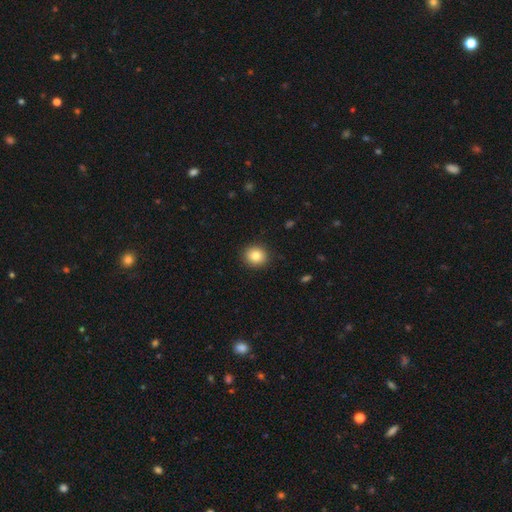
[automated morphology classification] smooth-or-featured: smooth: 84% | star or artifact: 9% | featured or disk: 7%
  how-rounded: round: 82% | in between: 17% | cigar-shaped: 1%
  merging: none: 91% | minor disturbance: 6% | major disturbance: 2% | merger: 1%